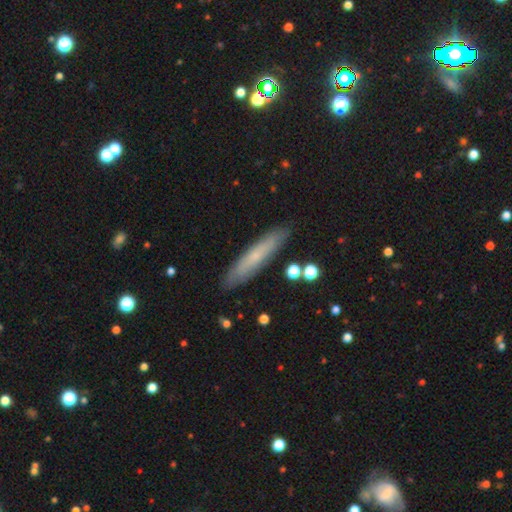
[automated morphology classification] smooth 56%, featured or disk 36%, star or artifact 8%. Down the decision tree: how rounded — cigar-shaped (88%); merging — none (87%).